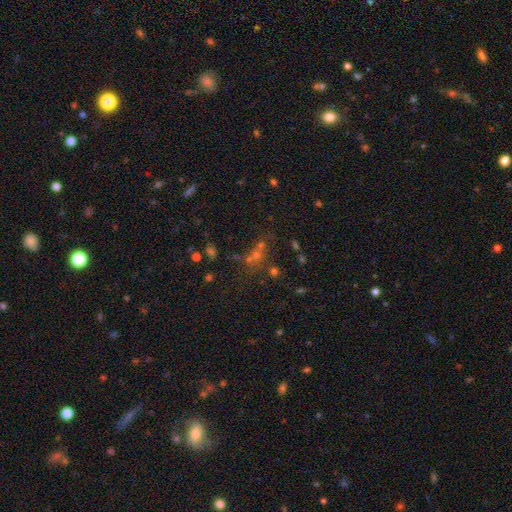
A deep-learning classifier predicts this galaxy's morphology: Smooth or featured?
  - star or artifact: 48% *
  - smooth: 36%
  - featured or disk: 16%